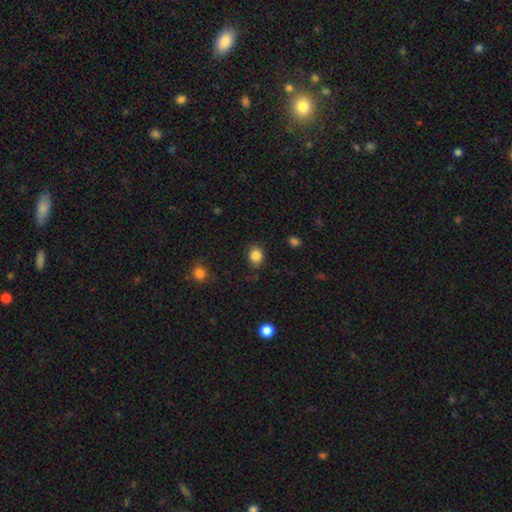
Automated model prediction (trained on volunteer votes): This appears to be a smooth galaxy with no disk features (85%) that is round (64%). Merging: none (82%).